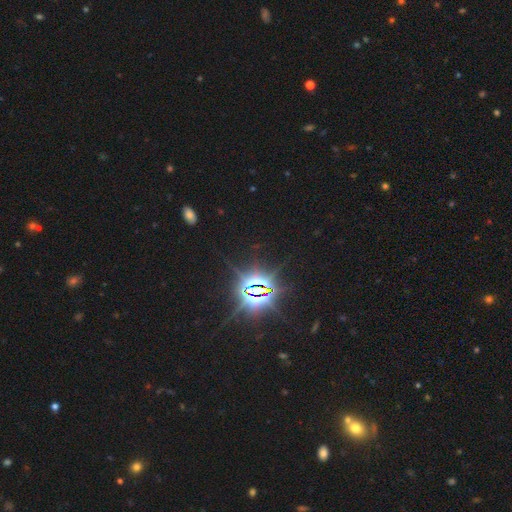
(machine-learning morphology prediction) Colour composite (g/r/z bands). It shows a star or artifact, not a galaxy (86%).